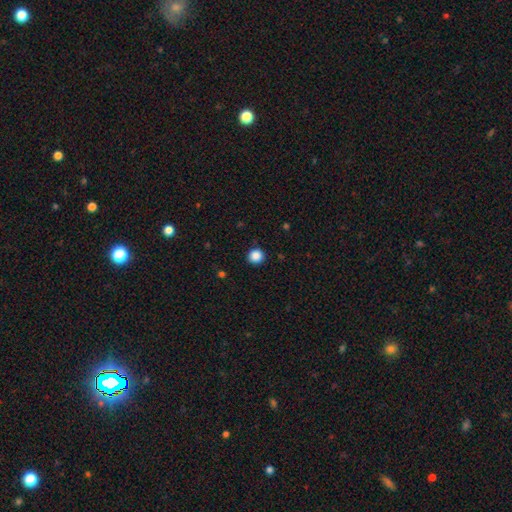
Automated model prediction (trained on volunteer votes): Overall: smooth (87%). How rounded: round (94%). Merging: none (91%).